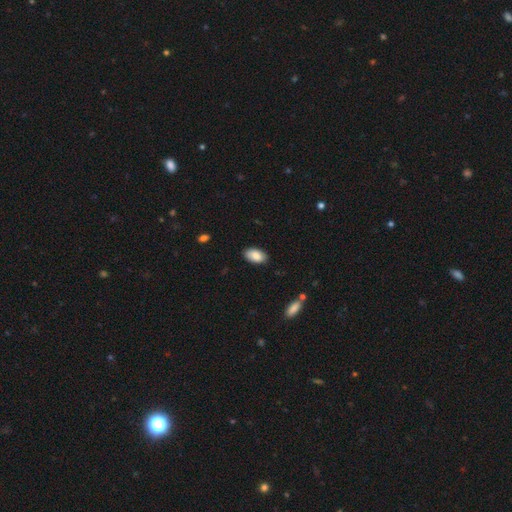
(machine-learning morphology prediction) smooth 85%, featured or disk 9%, star or artifact 6%. Down the decision tree: how rounded — in between (95%); merging — none (86%).